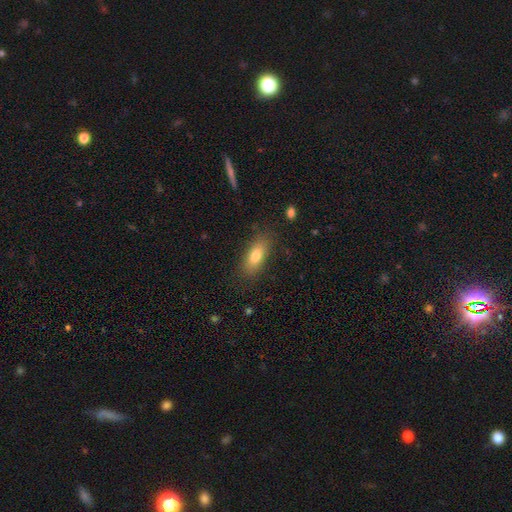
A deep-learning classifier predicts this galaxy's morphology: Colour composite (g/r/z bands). It shows a smooth galaxy with no disk features (77%) that is in between round and cigar-shaped (77%). Merging: none (83%).